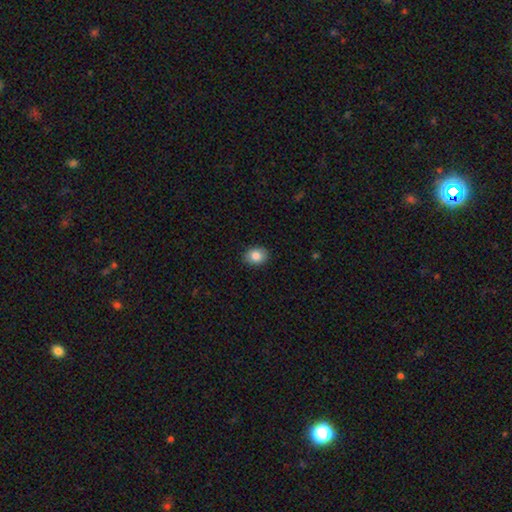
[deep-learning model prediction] This is clearly a smooth galaxy (84%). How rounded: possibly in between (57%). Merging: clearly none (89%).